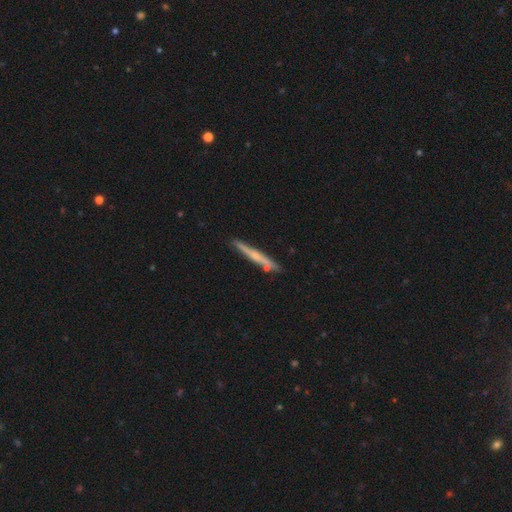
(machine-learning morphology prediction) The model was most divided on "smooth or featured": featured or disk: 58%, smooth: 37%, star or artifact: 6%. More confident: edge-on disk — yes (95%); merging — none (82%); edge-on bulge — rounded (59%).